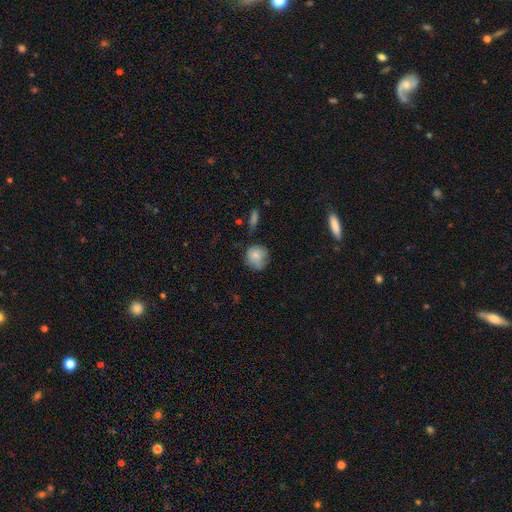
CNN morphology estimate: A smooth galaxy with no disk features (77%) that is round (80%).

Vote fractions:
- Smooth or featured? smooth: 77% / featured or disk: 14% / star or artifact: 9%
- How rounded? round: 80% / in between: 18% / cigar-shaped: 1%
- Merging? none: 61% / minor disturbance: 29% / major disturbance: 7% / merger: 3%